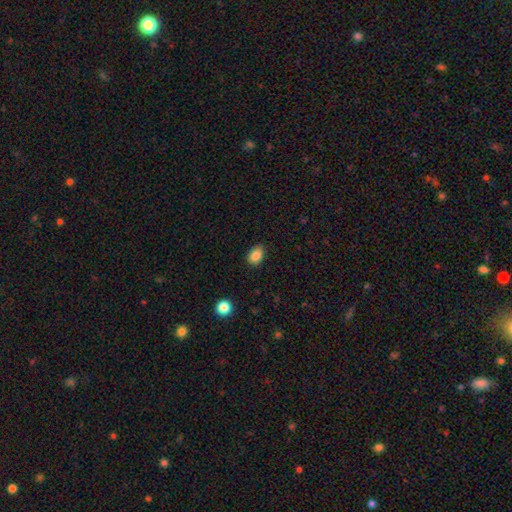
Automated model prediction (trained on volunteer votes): smooth-or-featured: smooth: 87% | star or artifact: 9% | featured or disk: 4%
  how-rounded: in between: 75% | round: 24% | cigar-shaped: 1%
  merging: none: 84% | minor disturbance: 13% | major disturbance: 2% | merger: 1%